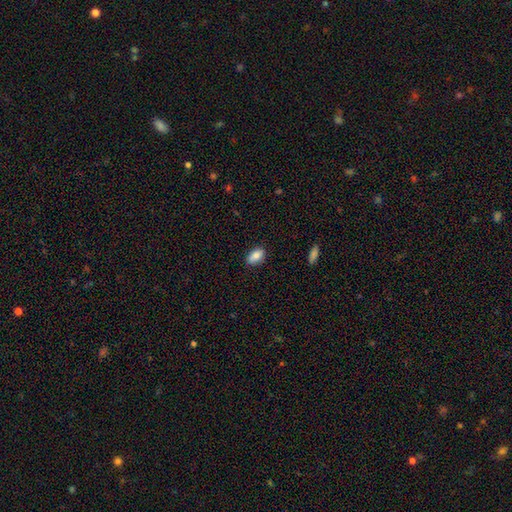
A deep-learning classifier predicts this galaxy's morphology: Overall: smooth (84%). How rounded: in between (90%). Merging: none (83%).